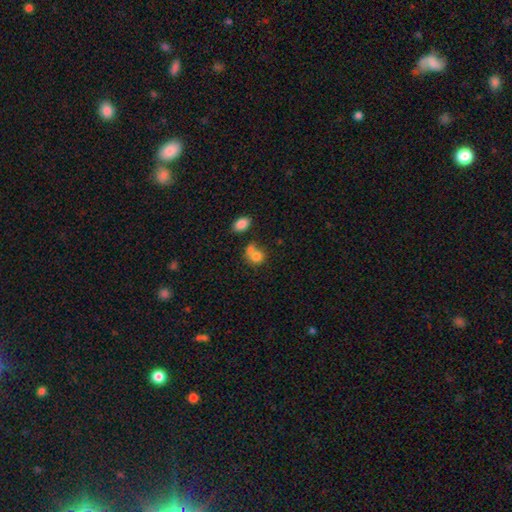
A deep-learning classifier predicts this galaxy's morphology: Overall: smooth (78%). How rounded: round (67%; in between 32%). Merging: merger (54%; none 32%).